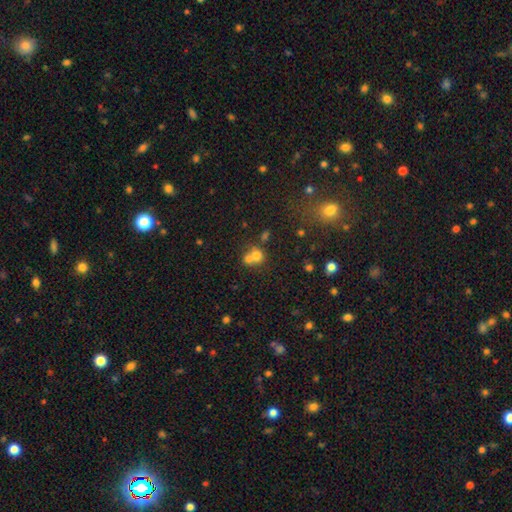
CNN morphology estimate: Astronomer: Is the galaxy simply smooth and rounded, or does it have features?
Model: smooth — 67%.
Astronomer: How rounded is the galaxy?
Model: round — 78%.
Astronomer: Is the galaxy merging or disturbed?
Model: merger — 58%.